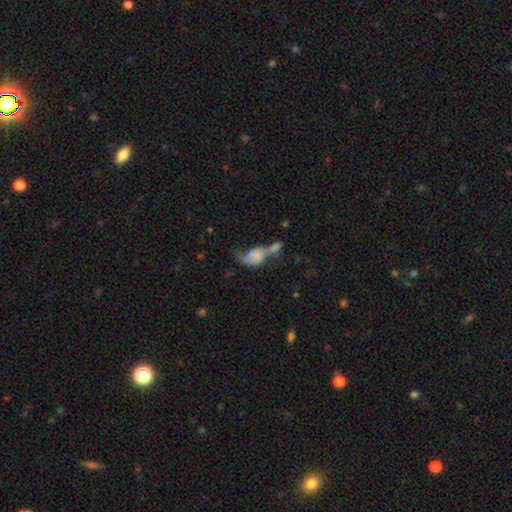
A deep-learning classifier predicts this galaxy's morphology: Smooth or featured? smooth (51%)
How rounded? in between (80%)
Merging? merger (61%)